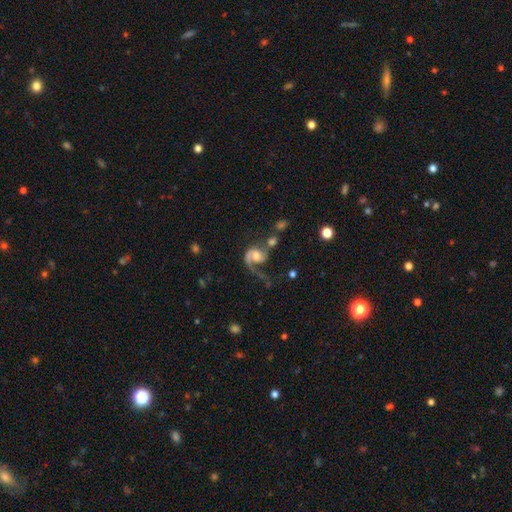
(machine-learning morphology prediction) Smooth or featured? Predicted: featured or disk (p=0.81). Edge-on disk? Predicted: no (p=0.98). Bar? Predicted: no (p=0.62). Spiral arms? Predicted: yes (p=0.94). Spiral winding? Predicted: loose (p=0.47). Spiral arm count? Predicted: 1 (p=0.62). Bulge size? Predicted: moderate (p=0.57). Merging? Predicted: major disturbance (p=0.36).